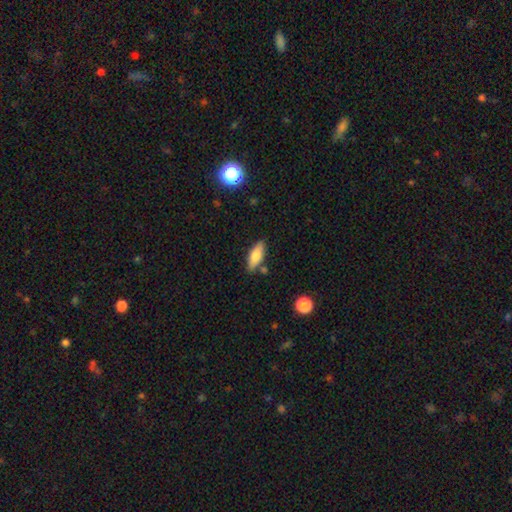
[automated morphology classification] Q: Smooth or featured?
A: smooth (72%); runner-up: featured or disk (21%)
Q: How rounded?
A: in between (71%); runner-up: cigar-shaped (27%)
Q: Merging?
A: none (80%); runner-up: minor disturbance (13%)